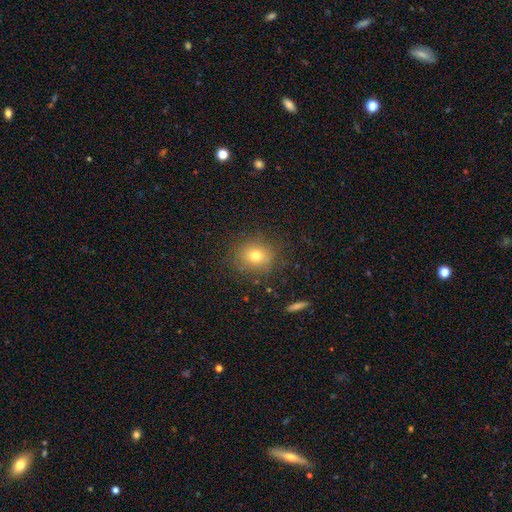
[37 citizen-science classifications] Volunteers were most divided on "how rounded": round: 77%, in between: 23%, cigar-shaped: 0%. More confident: merging — none (82%); smooth or featured — smooth (81%).